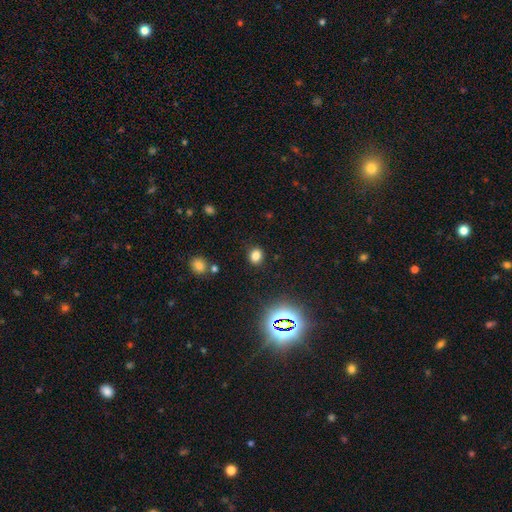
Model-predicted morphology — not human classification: type=smooth (77%); roundness=round (62%); merging=none (87%).